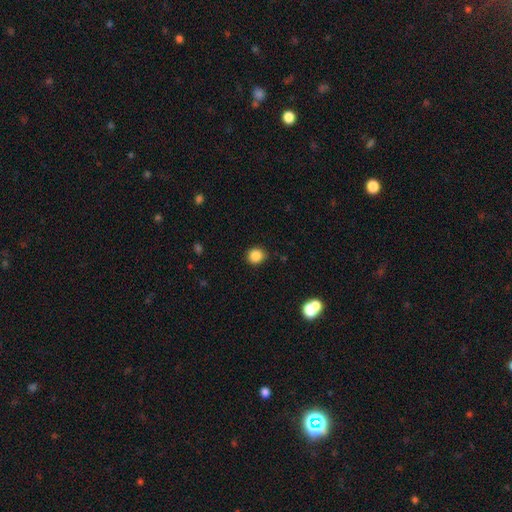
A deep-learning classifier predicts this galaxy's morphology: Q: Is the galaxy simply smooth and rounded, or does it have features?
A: smooth — 87%.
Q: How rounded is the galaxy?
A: round — 85%.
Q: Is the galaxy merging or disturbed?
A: none — 87%.